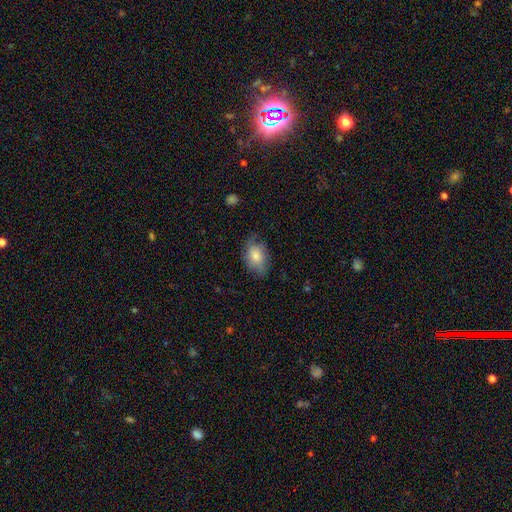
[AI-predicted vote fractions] smooth 78%, featured or disk 15%, star or artifact 7%. Down the decision tree: how rounded — in between (85%); merging — none (67%).